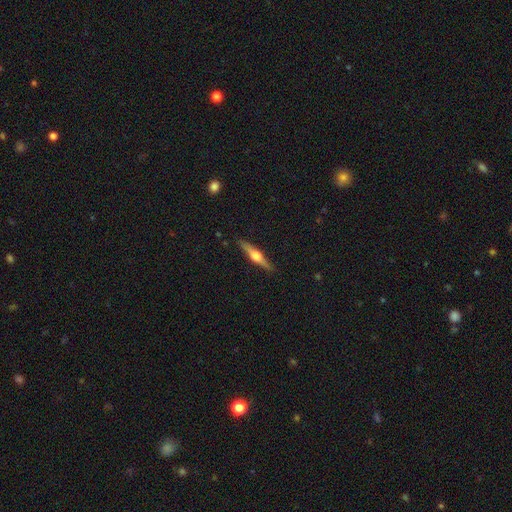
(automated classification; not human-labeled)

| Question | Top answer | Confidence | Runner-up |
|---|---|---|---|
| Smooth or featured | featured or disk | 71% | smooth (24%) |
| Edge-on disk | yes | 98% | no (2%) |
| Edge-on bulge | rounded | 93% | boxy (5%) |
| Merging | none | 90% | minor disturbance (7%) |